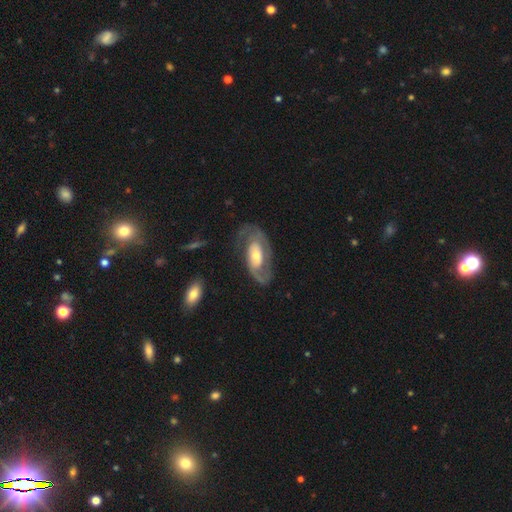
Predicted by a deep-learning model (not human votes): Smooth or featured? Predicted: featured or disk (p=0.81). Edge-on disk? Predicted: no (p=0.95). Bar? Predicted: no (p=0.49). Spiral arms? Predicted: yes (p=0.89). Spiral winding? Predicted: medium (p=0.45). Spiral arm count? Predicted: 2 (p=0.79). Bulge size? Predicted: moderate (p=0.55). Merging? Predicted: none (p=0.66).